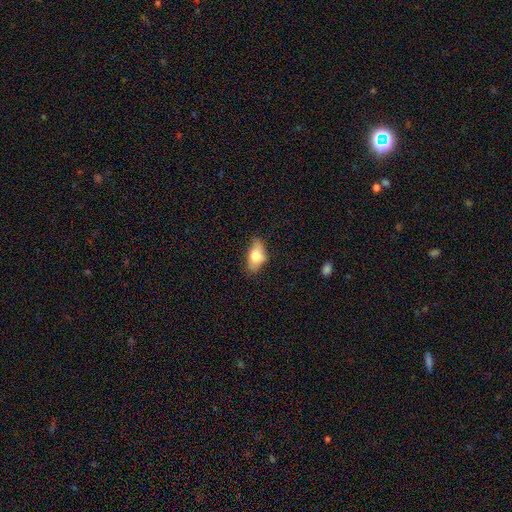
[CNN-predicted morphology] Q: Smooth or featured?
A: smooth (77%); runner-up: featured or disk (16%)
Q: How rounded?
A: in between (90%); runner-up: round (6%)
Q: Merging?
A: none (62%); runner-up: minor disturbance (29%)